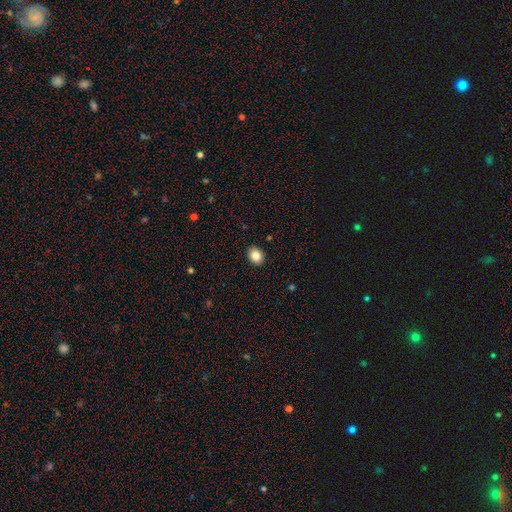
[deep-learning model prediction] This appears to be a smooth galaxy with no disk features (84%) that is round (51%). Merging: none (91%).